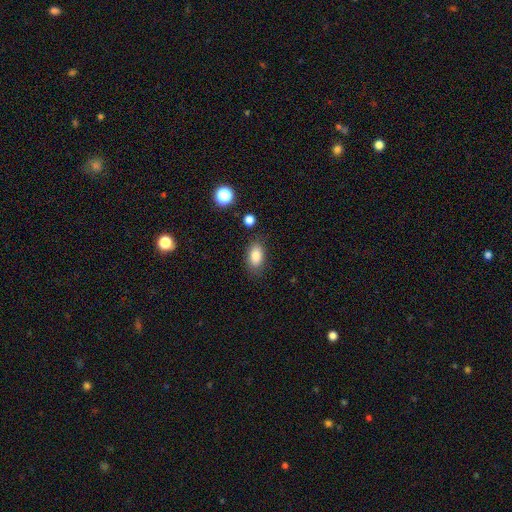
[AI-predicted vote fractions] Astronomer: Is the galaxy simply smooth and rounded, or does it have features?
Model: smooth — 85%.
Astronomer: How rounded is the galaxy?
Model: in between — 90%.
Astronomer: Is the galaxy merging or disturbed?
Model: none — 81%.